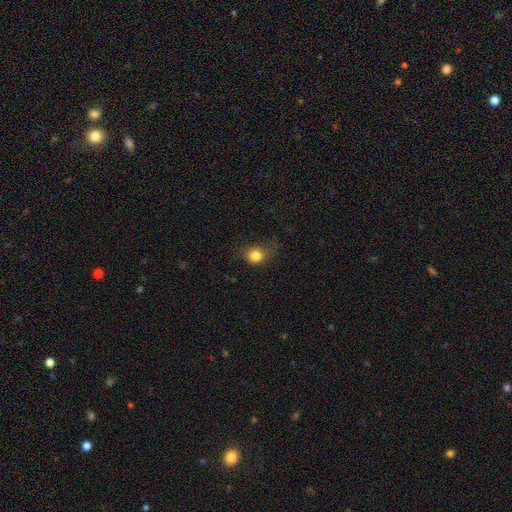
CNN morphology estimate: The model was most divided on "merging": none: 62%, minor disturbance: 25%, major disturbance: 11%, merger: 1%. More confident: smooth or featured — smooth (82%); how rounded — round (77%).